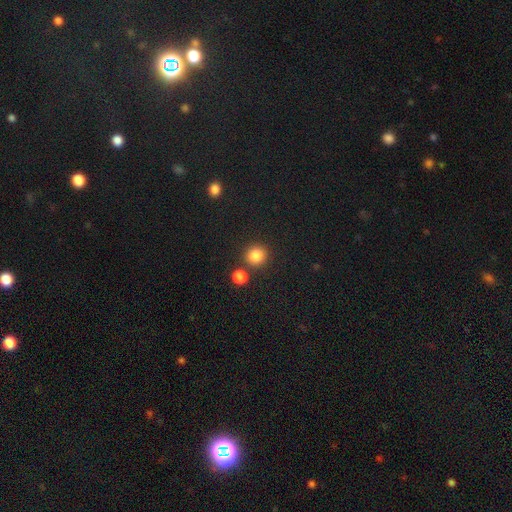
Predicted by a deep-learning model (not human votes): Smooth or featured? Predicted: smooth (p=0.84). How rounded? Predicted: round (p=0.89). Merging? Predicted: none (p=0.81).